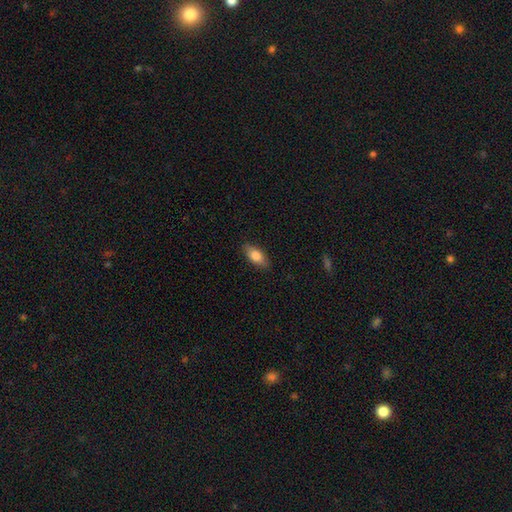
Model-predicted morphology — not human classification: Smooth or featured? Predicted: smooth (p=0.80). How rounded? Predicted: in between (p=0.86). Merging? Predicted: none (p=0.87).